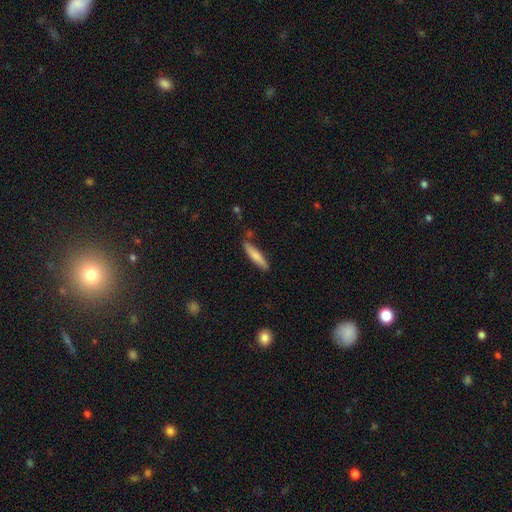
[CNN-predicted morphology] This is likely a smooth galaxy (78%). How rounded: clearly cigar-shaped (86%). Merging: clearly none (84%).